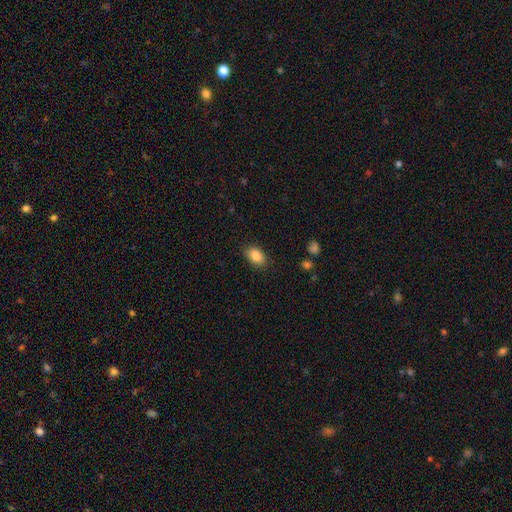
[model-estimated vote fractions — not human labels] Q: Smooth or featured?
A: smooth (88%); runner-up: star or artifact (8%)
Q: How rounded?
A: in between (88%); runner-up: round (11%)
Q: Merging?
A: none (86%); runner-up: minor disturbance (10%)